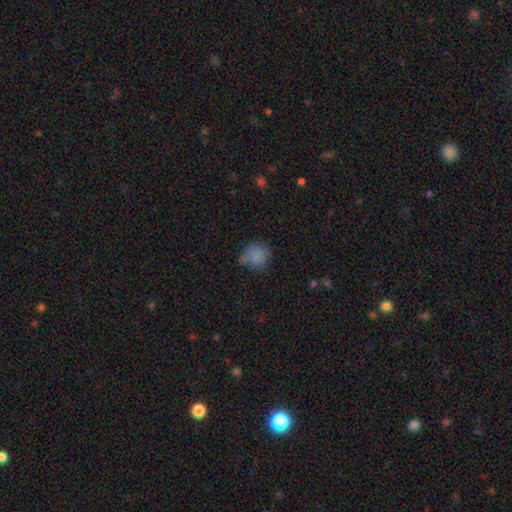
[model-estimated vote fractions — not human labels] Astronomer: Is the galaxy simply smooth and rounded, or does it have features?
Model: smooth — 79%.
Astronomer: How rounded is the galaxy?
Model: round — 80%.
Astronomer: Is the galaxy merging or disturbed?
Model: none — 52% (runner-up: minor disturbance, 29%).